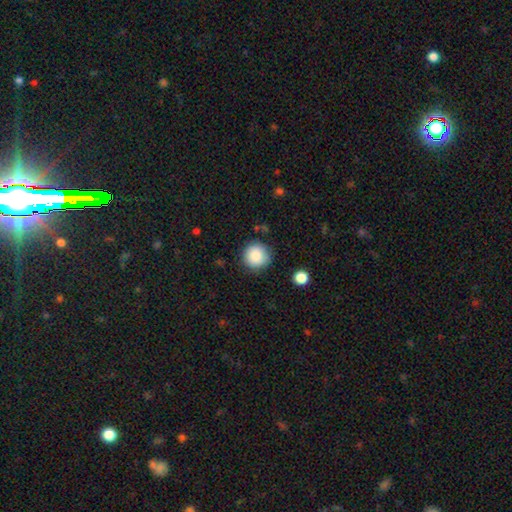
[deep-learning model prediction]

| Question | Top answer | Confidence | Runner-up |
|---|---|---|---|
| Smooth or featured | smooth | 87% | star or artifact (8%) |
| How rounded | round | 94% | in between (5%) |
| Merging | none | 85% | minor disturbance (11%) |